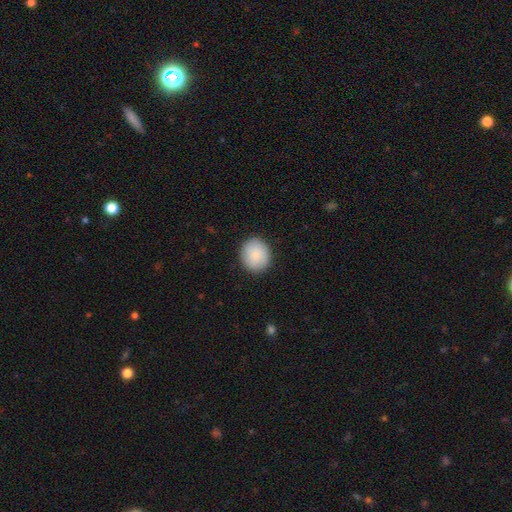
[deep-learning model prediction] A smooth galaxy with no disk features (89%) that is round (74%). Merging: none (89%).